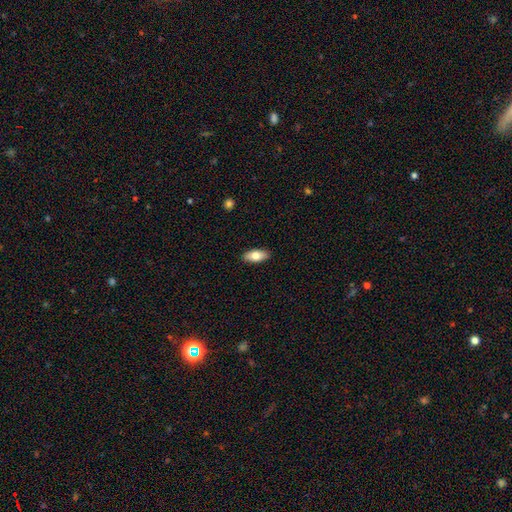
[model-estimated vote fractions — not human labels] Smooth or featured?
  - smooth: 77% *
  - featured or disk: 17%
  - star or artifact: 6%
How rounded?
  - in between: 87% *
  - cigar-shaped: 10%
  - round: 3%
Merging?
  - none: 90% *
  - minor disturbance: 7%
  - major disturbance: 2%
  - merger: 1%